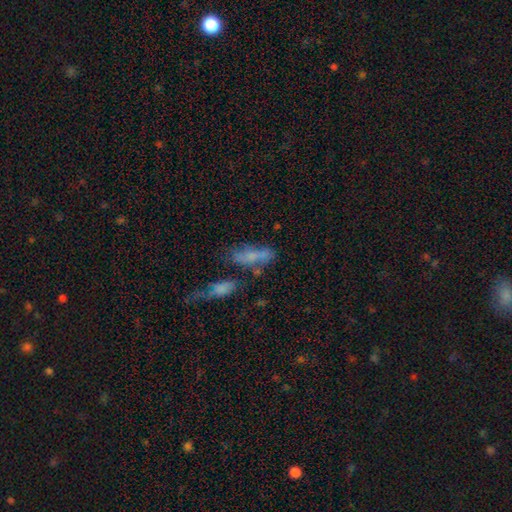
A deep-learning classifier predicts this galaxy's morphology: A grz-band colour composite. It shows a smooth galaxy with no disk features (64%) that is in between round and cigar-shaped (56%). Merging: none (40%).